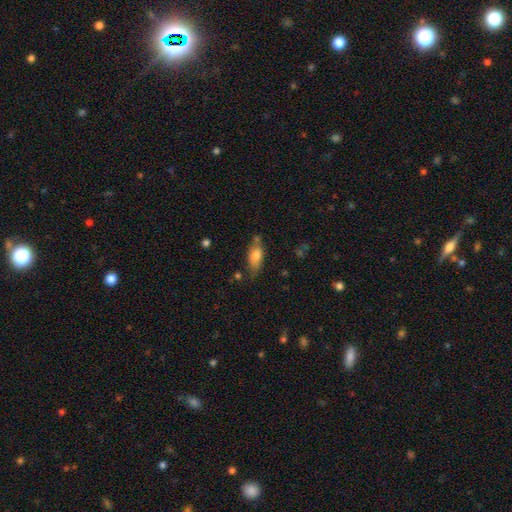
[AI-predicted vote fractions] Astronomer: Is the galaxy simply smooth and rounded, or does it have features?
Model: smooth — 77%.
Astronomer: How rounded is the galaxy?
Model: in between — 81%.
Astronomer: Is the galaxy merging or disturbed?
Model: none — 62%.